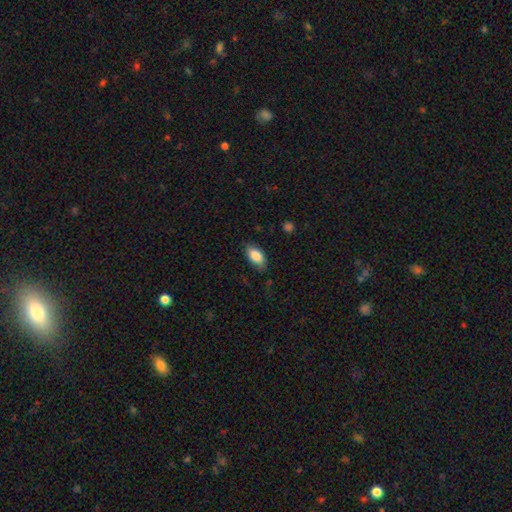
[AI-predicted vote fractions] Smooth or featured?
  - smooth: 84% *
  - featured or disk: 9%
  - star or artifact: 7%
How rounded?
  - in between: 92% *
  - round: 4%
  - cigar-shaped: 3%
Merging?
  - none: 76% *
  - minor disturbance: 19%
  - major disturbance: 4%
  - merger: 1%